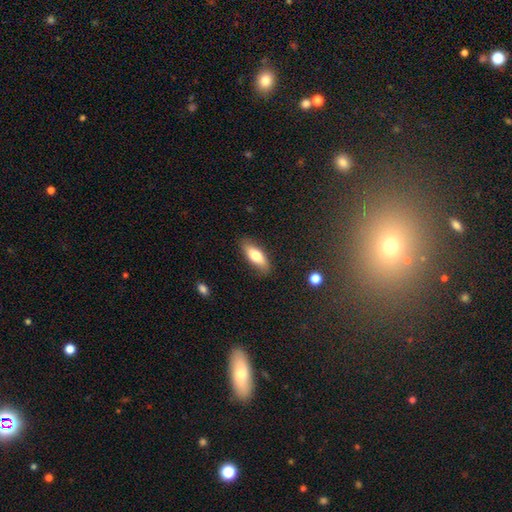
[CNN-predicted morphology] type=smooth (75%); roundness=in between (67%); merging=none (83%).